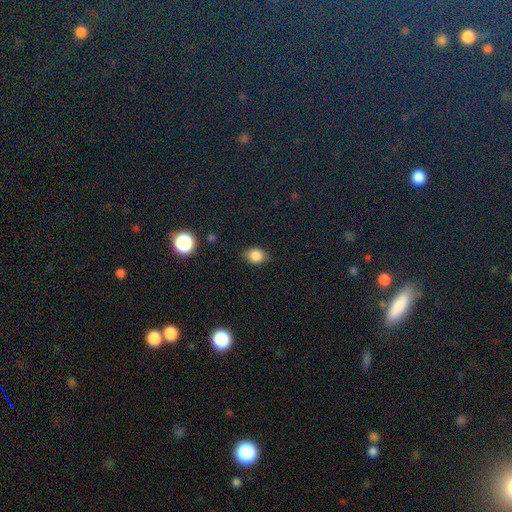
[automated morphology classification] This is clearly a smooth galaxy (84%). How rounded: possibly round (57%). Merging: clearly none (82%).